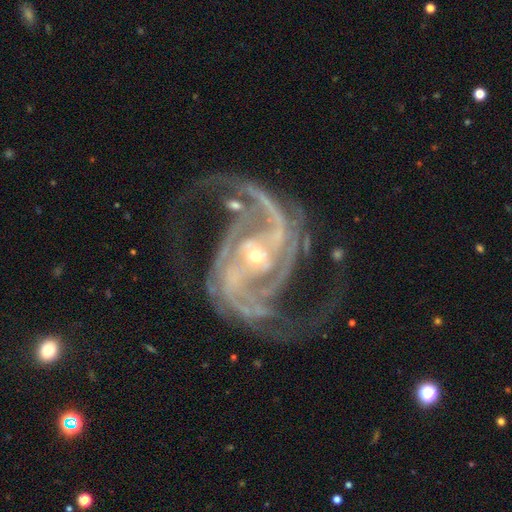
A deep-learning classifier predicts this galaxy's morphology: Overall: featured or disk (93%). Edge-on disk: no (98%). Bar: strong (41%; weak 33%). Spiral arms: yes (99%). Spiral arm count: 2 (70%). Spiral winding: medium (56%; loose 24%). Bulge size: small (67%; moderate 29%). Merging: none (63%).